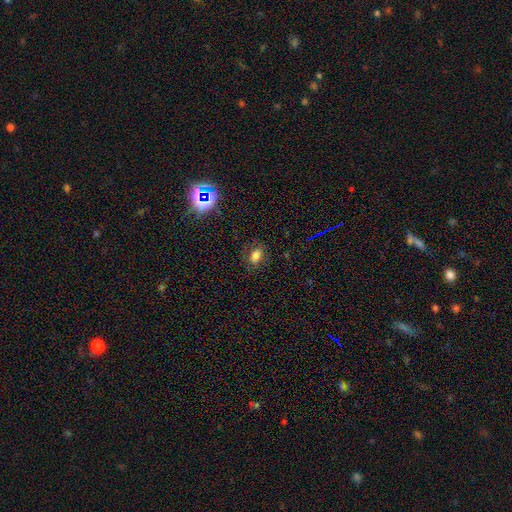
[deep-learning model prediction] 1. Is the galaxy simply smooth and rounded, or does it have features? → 73% smooth, 17% star or artifact, 10% featured or disk.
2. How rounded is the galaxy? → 82% in between, 16% round, 2% cigar-shaped.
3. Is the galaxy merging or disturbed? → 80% none, 13% minor disturbance, 5% major disturbance, 1% merger.